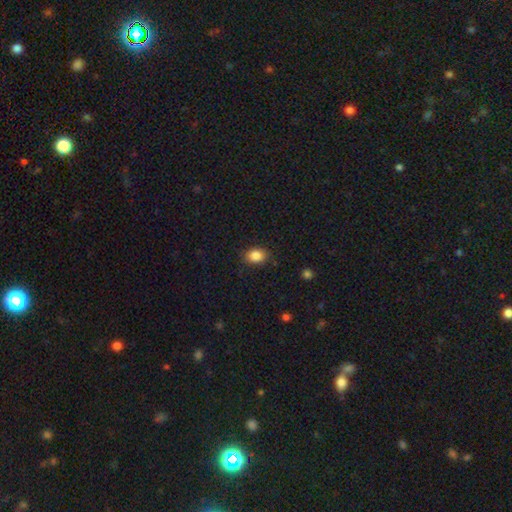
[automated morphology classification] The model was most divided on "how rounded": in between: 68%, round: 30%, cigar-shaped: 1%. More confident: smooth or featured — smooth (86%); merging — none (84%).